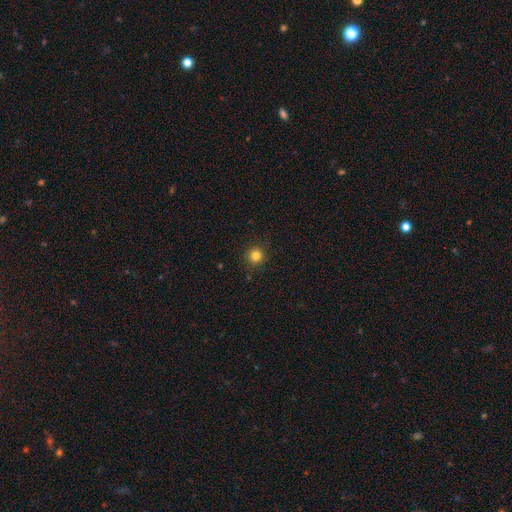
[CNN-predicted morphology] A smooth galaxy with no disk features (82%) that is round (94%). Merging: none (90%).